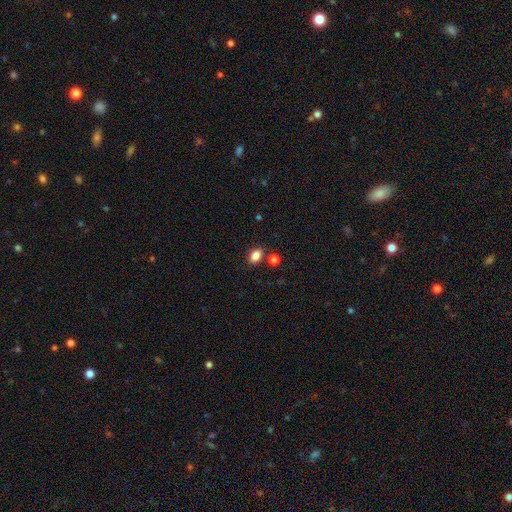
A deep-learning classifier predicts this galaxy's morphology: Overall: smooth (84%). How rounded: in between (76%). Merging: none (77%).